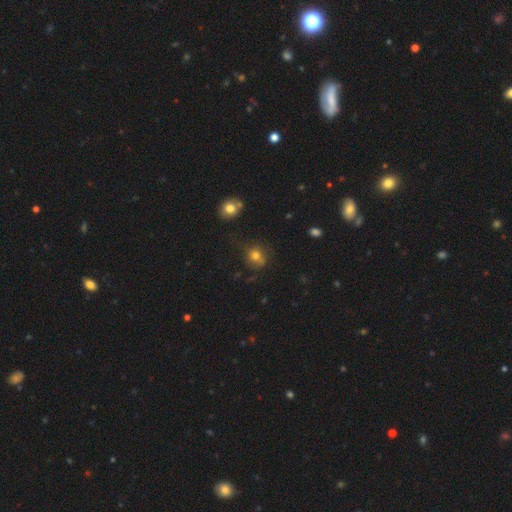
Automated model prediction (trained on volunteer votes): The model was most divided on "merging": none: 69%, minor disturbance: 19%, major disturbance: 7%, merger: 5%. More confident: how rounded — round (81%); smooth or featured — smooth (74%).